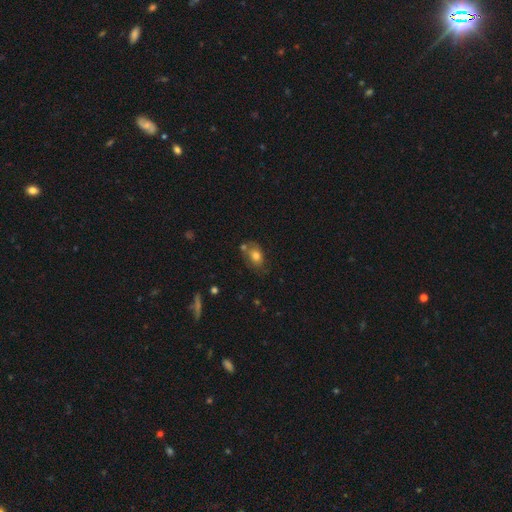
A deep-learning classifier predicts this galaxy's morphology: This is likely a smooth galaxy (73%). How rounded: likely in between (78%). Merging: possibly none (53%).